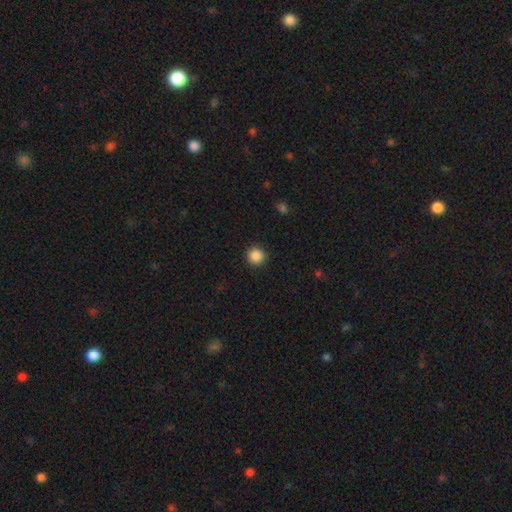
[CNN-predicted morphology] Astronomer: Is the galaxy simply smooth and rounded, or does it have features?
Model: smooth — 87%.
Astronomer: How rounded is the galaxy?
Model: round — 94%.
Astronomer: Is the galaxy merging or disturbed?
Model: none — 91%.